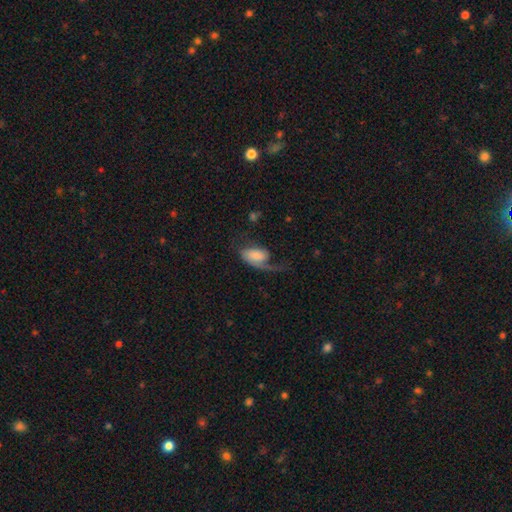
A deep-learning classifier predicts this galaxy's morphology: smooth-or-featured: featured or disk: 51% | smooth: 42% | star or artifact: 8%
  disk-edge-on: no: 95% | yes: 5%
  merging: major disturbance: 49% | none: 29% | minor disturbance: 18% | merger: 3%